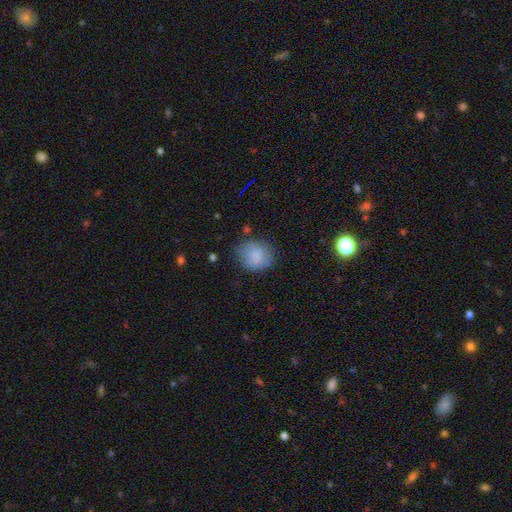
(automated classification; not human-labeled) A smooth galaxy with no disk features (82%) that is round (67%). Merging: none (67%).